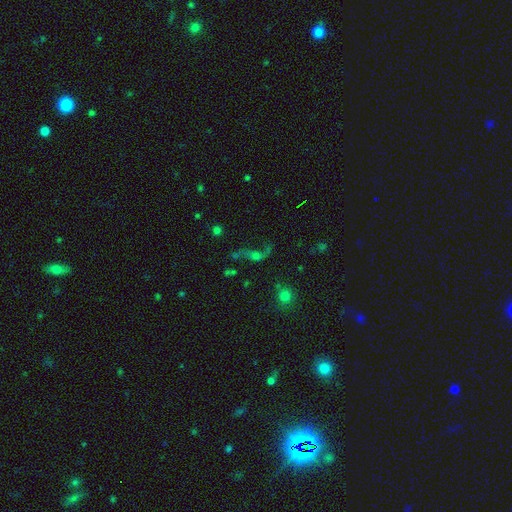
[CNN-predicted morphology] smooth-or-featured: featured or disk: 54% | smooth: 25% | star or artifact: 22%
  disk-edge-on: no: 91% | yes: 9%
  merging: none: 42% | major disturbance: 30% | minor disturbance: 15% | merger: 13%